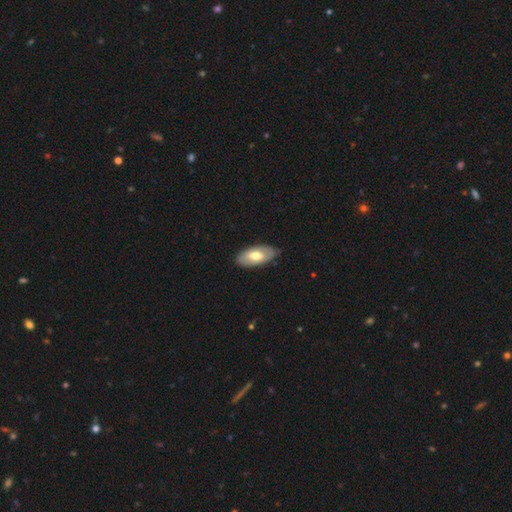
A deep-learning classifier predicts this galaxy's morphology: type=smooth (57%); roundness=in between (93%); merging=none (85%).